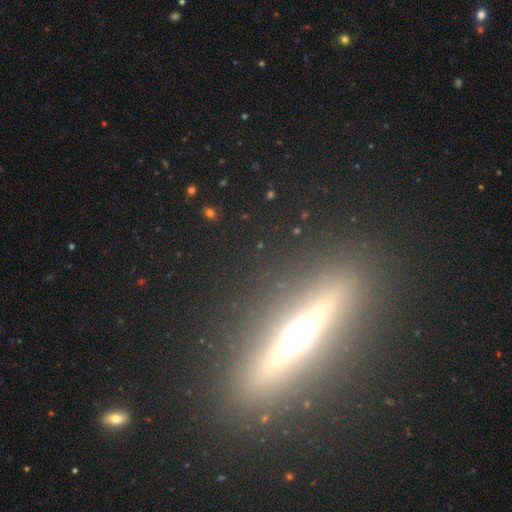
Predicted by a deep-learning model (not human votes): This appears to be a featured or disk galaxy (76%) viewed edge-on (95%) with a rounded central bulge (88%). Merging: none (89%).